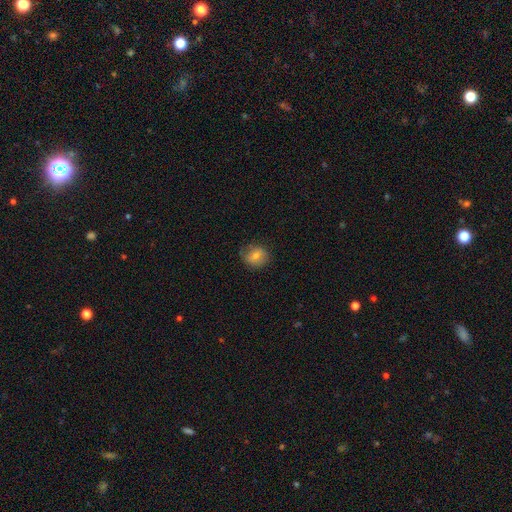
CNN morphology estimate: This appears to be a smooth galaxy with no disk features (70%) that is round (74%). Merging: none (79%).